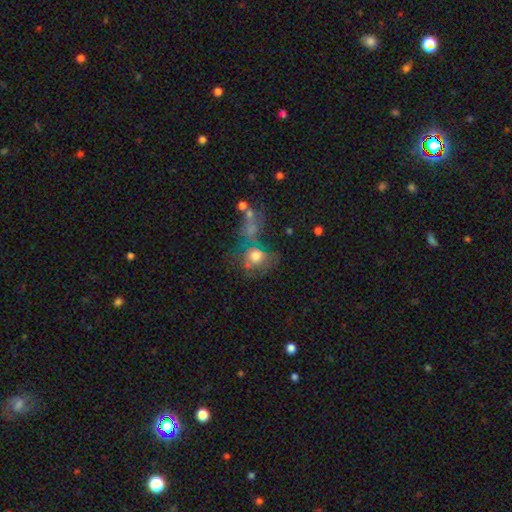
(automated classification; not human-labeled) smooth-or-featured: smooth: 60% | featured or disk: 28% | star or artifact: 12%
  how-rounded: round: 63% | in between: 36% | cigar-shaped: 2%
  merging: none: 34% | merger: 28% | major disturbance: 22% | minor disturbance: 17%